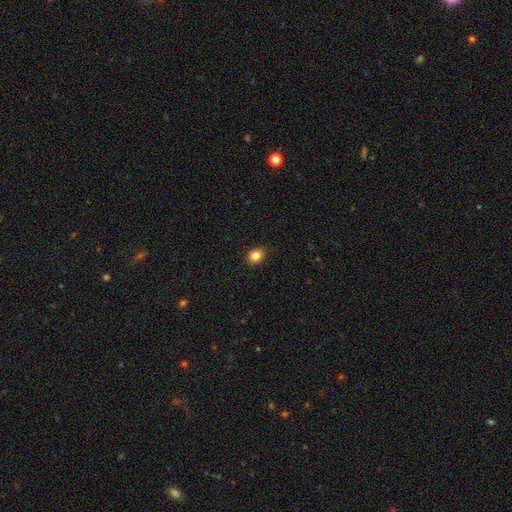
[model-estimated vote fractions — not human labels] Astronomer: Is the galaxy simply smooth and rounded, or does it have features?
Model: smooth — 85%.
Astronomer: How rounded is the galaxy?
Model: in between — 63%.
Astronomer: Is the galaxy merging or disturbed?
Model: none — 87%.